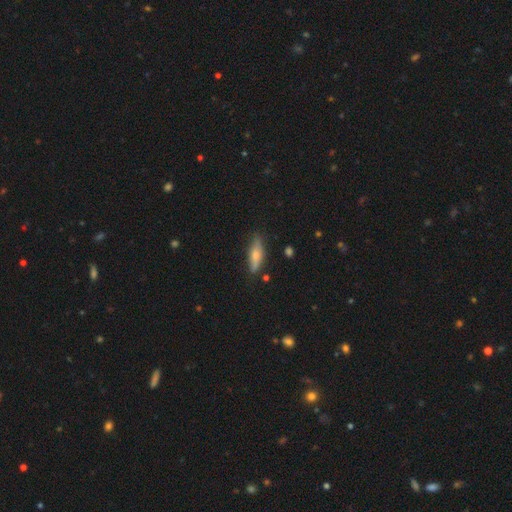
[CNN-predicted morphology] A smooth galaxy with no disk features (64%) that is cigar-shaped (54%). Merging: none (73%).